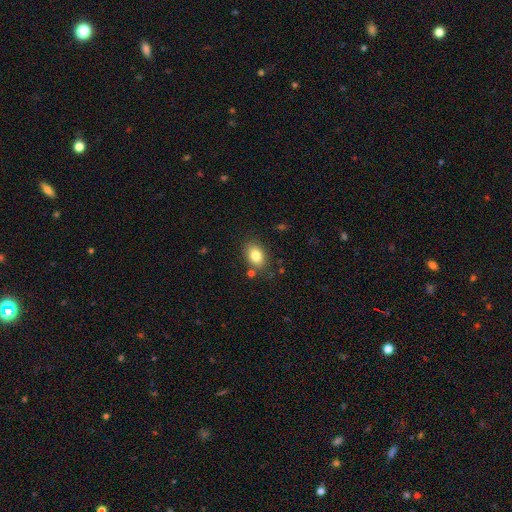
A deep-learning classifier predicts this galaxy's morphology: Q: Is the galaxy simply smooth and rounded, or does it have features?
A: smooth — 82%.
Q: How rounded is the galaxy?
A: in between — 80%.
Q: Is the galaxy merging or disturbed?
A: none — 81%.